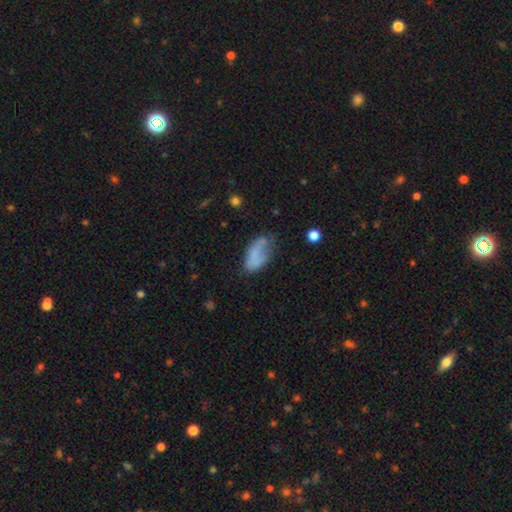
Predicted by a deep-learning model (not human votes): Smooth or featured?
  - smooth: 65% *
  - featured or disk: 26%
  - star or artifact: 10%
How rounded?
  - in between: 92% *
  - round: 4%
  - cigar-shaped: 4%
Merging?
  - none: 41% *
  - minor disturbance: 32%
  - major disturbance: 21%
  - merger: 6%